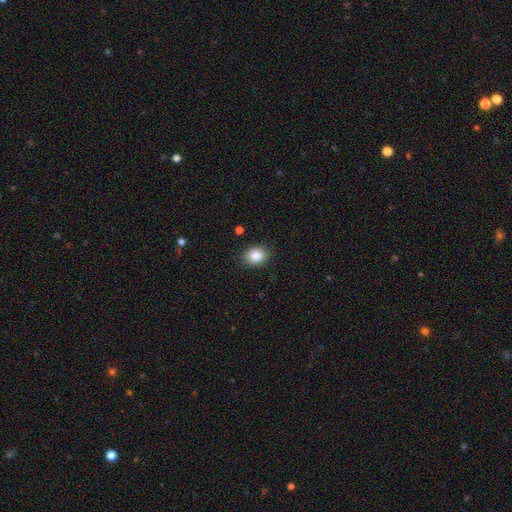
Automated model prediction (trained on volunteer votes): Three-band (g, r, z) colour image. It shows a smooth galaxy with no disk features (85%) that is round (56%). Merging: none (88%).